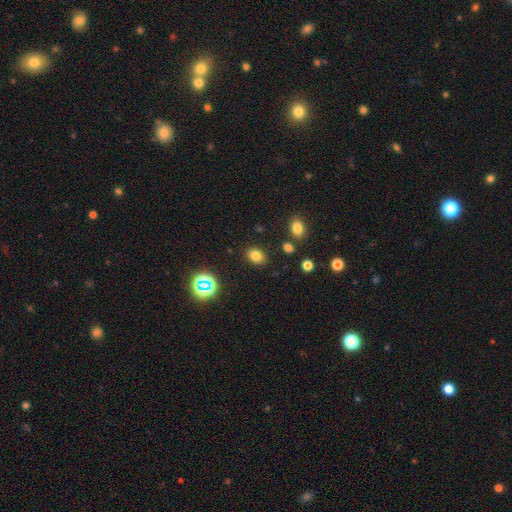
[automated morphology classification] Overall: smooth (77%). How rounded: in between (67%; round 32%). Merging: none (86%).